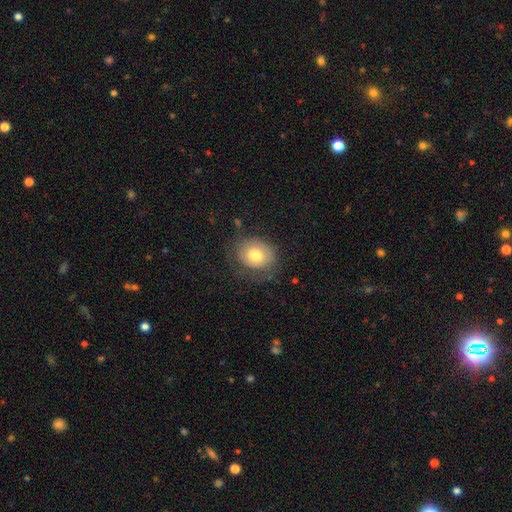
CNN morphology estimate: Smooth or featured? smooth (63%)
How rounded? round (69%)
Merging? none (68%)